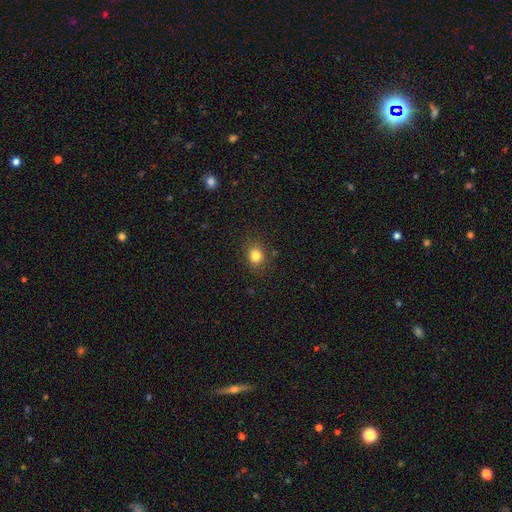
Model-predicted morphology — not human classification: Smooth or featured? smooth (82%)
How rounded? round (64%)
Merging? none (86%)